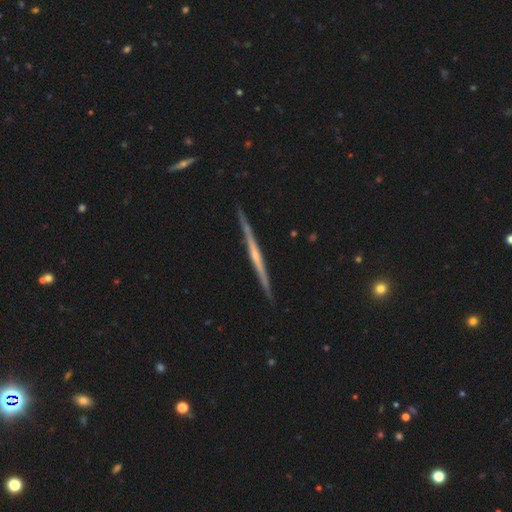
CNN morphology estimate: Smooth or featured? featured or disk (78%)
Edge-on disk? yes (98%)
Edge-on bulge? none (48%)
Merging? none (90%)